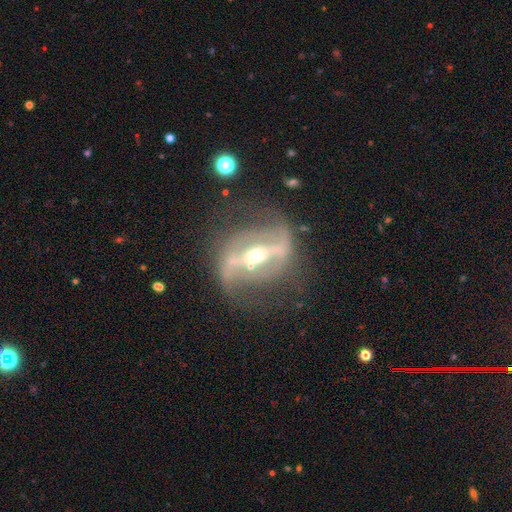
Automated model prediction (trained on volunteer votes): Smooth or featured?
  - featured or disk: 87% *
  - smooth: 7%
  - star or artifact: 7%
Edge-on disk?
  - no: 88% *
  - yes: 12%
Bar?
  - strong: 73% *
  - weak: 18%
  - no: 9%
Spiral arms?
  - yes: 83% *
  - no: 17%
Spiral winding?
  - loose: 43% *
  - medium: 39%
  - tight: 19%
Spiral arm count?
  - 2: 81% *
  - can't tell: 9%
  - 1: 4%
  - 3: 3%
  - 4: 1%
  - more than 4: 1%
Bulge size?
  - moderate: 57% *
  - small: 37%
  - large: 4%
  - dominant: 1%
  - none: 1%
Merging?
  - none: 63% *
  - minor disturbance: 18%
  - major disturbance: 15%
  - merger: 4%